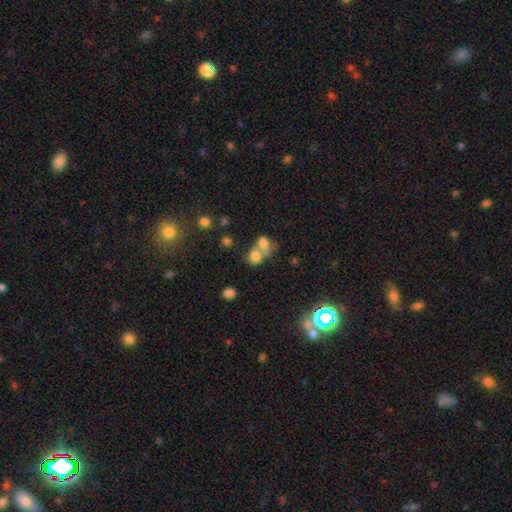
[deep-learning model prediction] smooth-or-featured: smooth: 72% | featured or disk: 14% | star or artifact: 13%
  how-rounded: round: 55% | in between: 44% | cigar-shaped: 1%
  merging: merger: 66% | none: 23% | minor disturbance: 7% | major disturbance: 5%